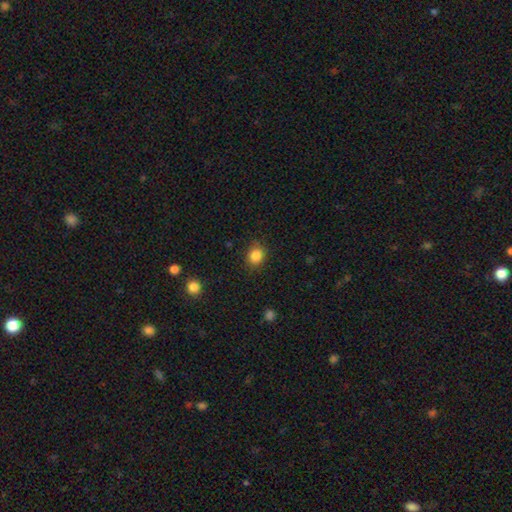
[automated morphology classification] Smooth or featured?
  - smooth: 86% *
  - star or artifact: 10%
  - featured or disk: 4%
How rounded?
  - round: 72% *
  - in between: 27%
  - cigar-shaped: 1%
Merging?
  - none: 85% *
  - minor disturbance: 11%
  - major disturbance: 3%
  - merger: 1%